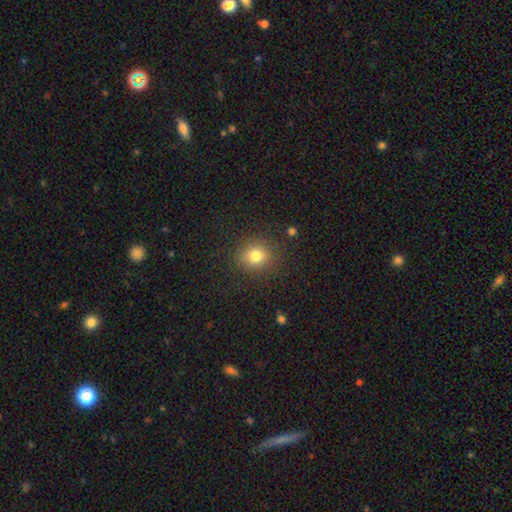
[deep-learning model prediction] Smooth or featured?
  - smooth: 78% *
  - star or artifact: 14%
  - featured or disk: 8%
How rounded?
  - round: 84% *
  - in between: 15%
  - cigar-shaped: 1%
Merging?
  - none: 87% *
  - minor disturbance: 8%
  - major disturbance: 3%
  - merger: 1%